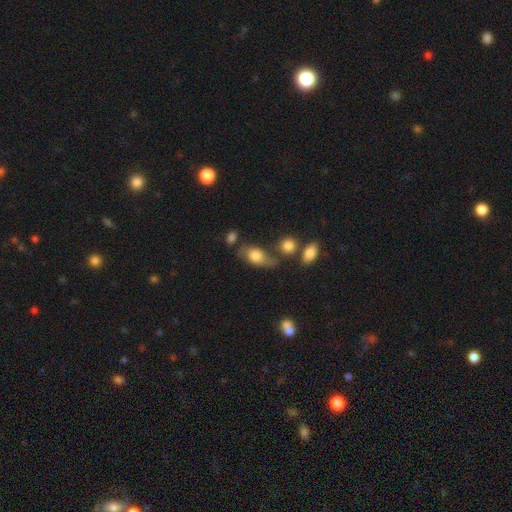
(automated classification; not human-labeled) Q: Smooth or featured?
A: smooth (69%); runner-up: featured or disk (23%)
Q: How rounded?
A: in between (82%); runner-up: round (12%)
Q: Merging?
A: none (51%); runner-up: minor disturbance (25%)